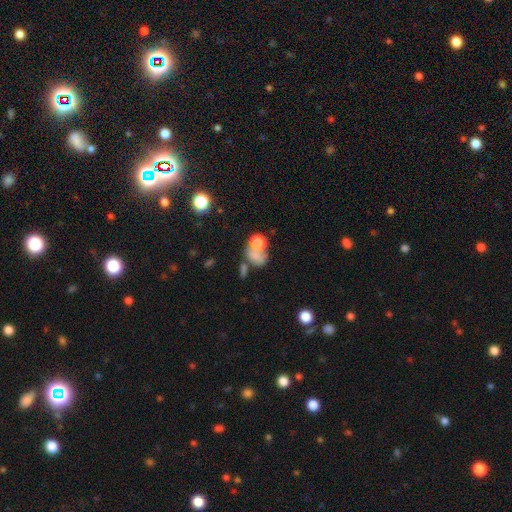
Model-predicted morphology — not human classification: Q: Smooth or featured?
A: smooth (68%); runner-up: featured or disk (16%)
Q: How rounded?
A: in between (53%); runner-up: round (44%)
Q: Merging?
A: merger (41%); runner-up: none (30%)